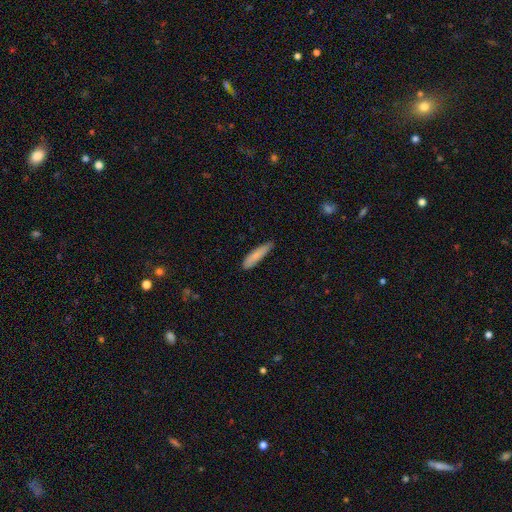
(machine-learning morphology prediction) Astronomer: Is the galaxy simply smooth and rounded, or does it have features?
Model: smooth — 82%.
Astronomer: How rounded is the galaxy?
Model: cigar-shaped — 80%.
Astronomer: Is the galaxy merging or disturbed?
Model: none — 74%.